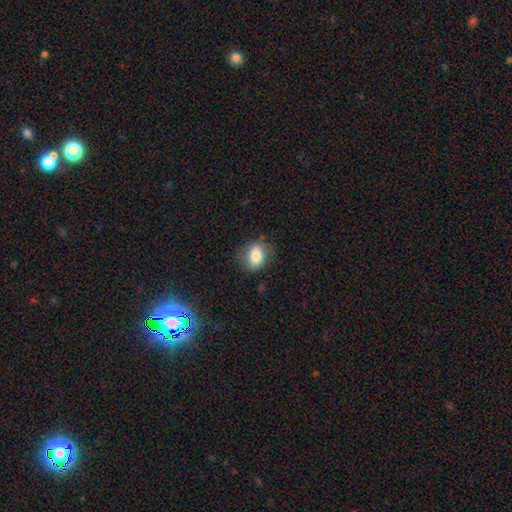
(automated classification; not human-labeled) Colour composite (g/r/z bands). It shows a smooth galaxy with no disk features (77%) that is in between round and cigar-shaped (67%). Merging: none (73%).